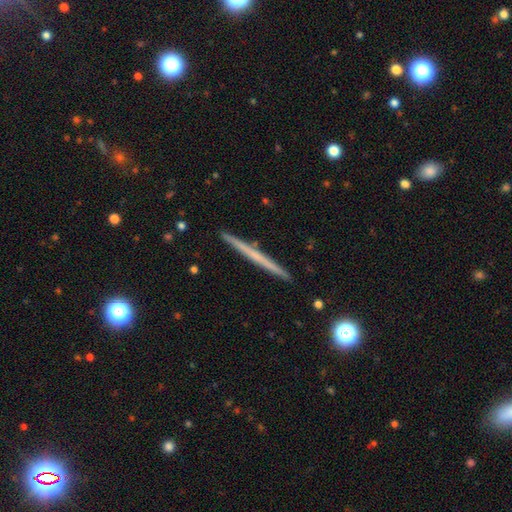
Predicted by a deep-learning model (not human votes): smooth-or-featured: featured or disk: 56% | smooth: 38% | star or artifact: 6%
  disk-edge-on: yes: 98% | no: 2%
    edge-on-bulge: none: 86% | rounded: 11% | boxy: 4%
  merging: none: 93% | minor disturbance: 5% | merger: 1% | major disturbance: 1%